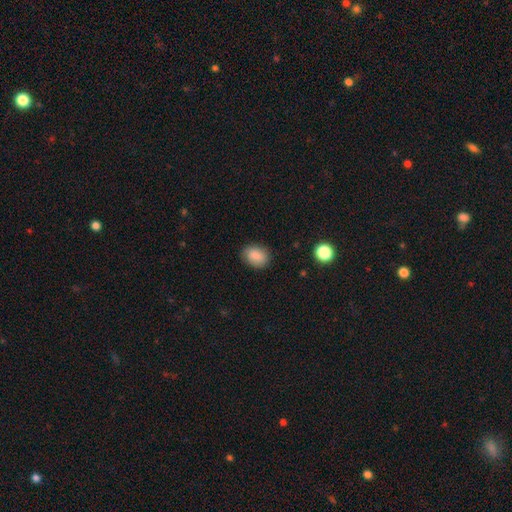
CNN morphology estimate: The model was most divided on "how rounded": in between: 67%, round: 31%, cigar-shaped: 1%. More confident: smooth or featured — smooth (86%); merging — none (82%).